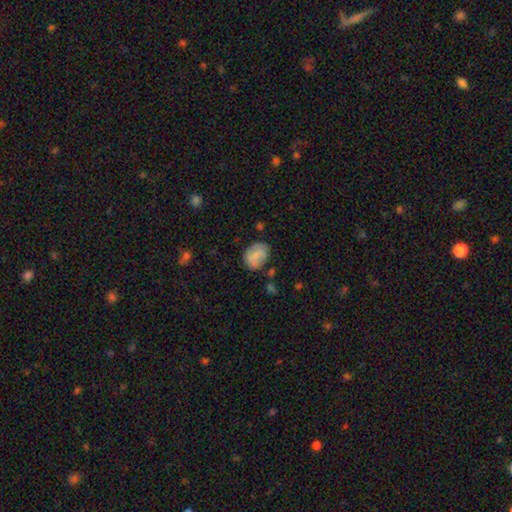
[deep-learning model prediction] This appears to be a smooth galaxy with no disk features (72%) that is in between round and cigar-shaped (58%). Merging: none (65%).